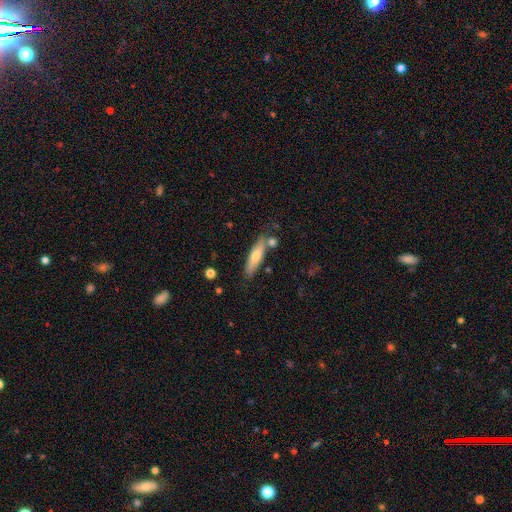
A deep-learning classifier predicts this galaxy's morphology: Overall: smooth (61%; featured or disk 33%). How rounded: cigar-shaped (73%). Merging: none (75%).